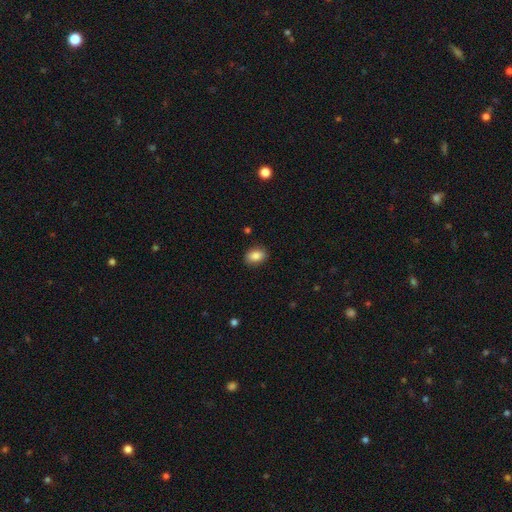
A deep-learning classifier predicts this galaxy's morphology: This appears to be a smooth galaxy with no disk features (85%) that is in between round and cigar-shaped (79%). Merging: none (87%).